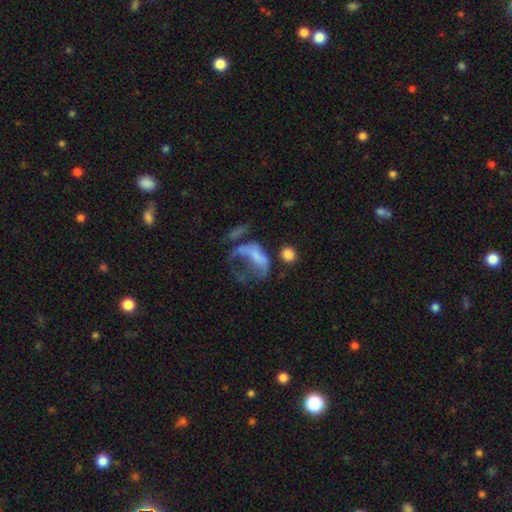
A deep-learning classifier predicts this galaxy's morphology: smooth_or_featured: featured or disk (p=0.44) [alt: smooth p=0.40]
merging: major disturbance (p=0.54) [alt: merger p=0.19]